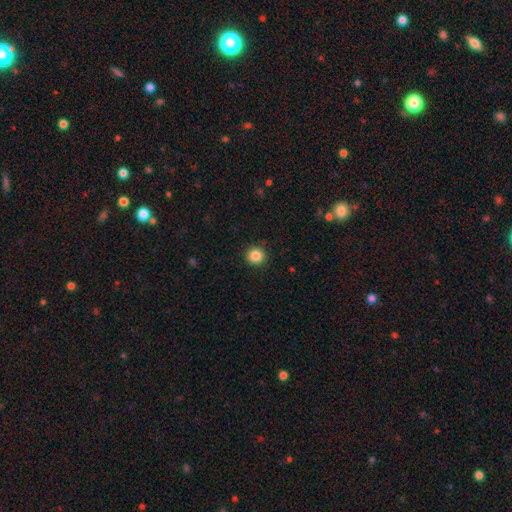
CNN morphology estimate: Overall: smooth (86%). How rounded: round (94%). Merging: none (92%).